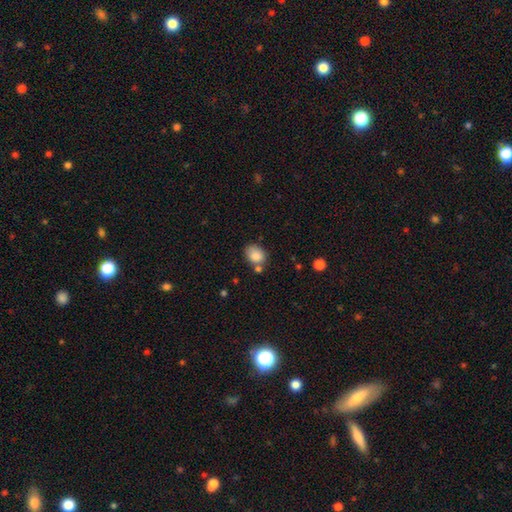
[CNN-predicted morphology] smooth 85%, star or artifact 8%, featured or disk 7%. Down the decision tree: how rounded — in between (64%); merging — none (58%).